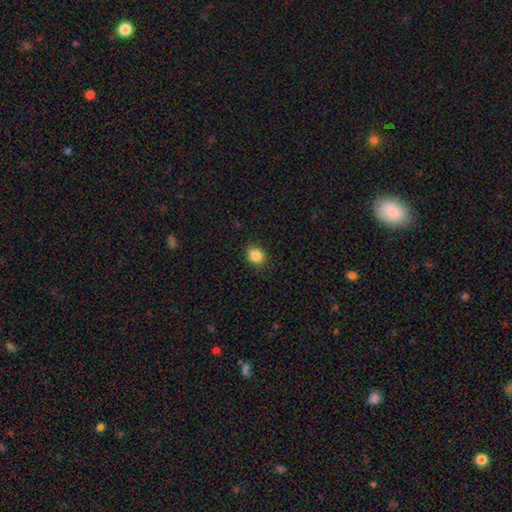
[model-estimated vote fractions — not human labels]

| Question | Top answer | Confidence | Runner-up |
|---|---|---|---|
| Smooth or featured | smooth | 86% | star or artifact (10%) |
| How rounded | round | 66% | in between (33%) |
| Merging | none | 88% | minor disturbance (9%) |